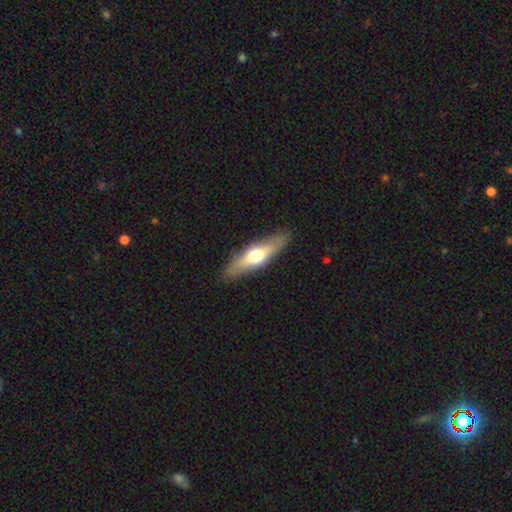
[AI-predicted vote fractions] Overall: featured or disk (51%; smooth 43%). Edge-on disk: yes (87%). Merging: none (88%).